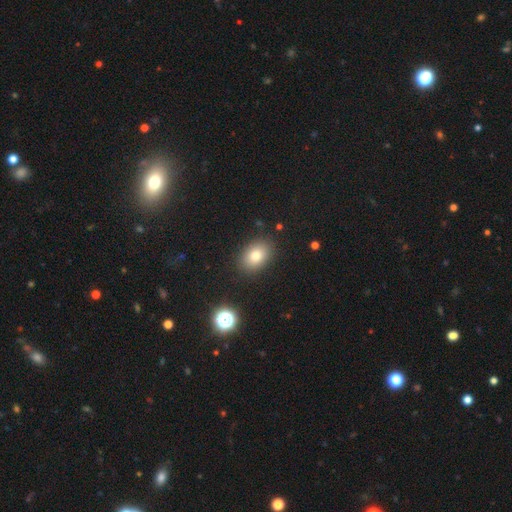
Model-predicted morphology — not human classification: Smooth or featured?
  - smooth: 79% *
  - star or artifact: 11%
  - featured or disk: 10%
How rounded?
  - in between: 76% *
  - round: 22%
  - cigar-shaped: 1%
Merging?
  - none: 87% *
  - minor disturbance: 9%
  - major disturbance: 3%
  - merger: 2%